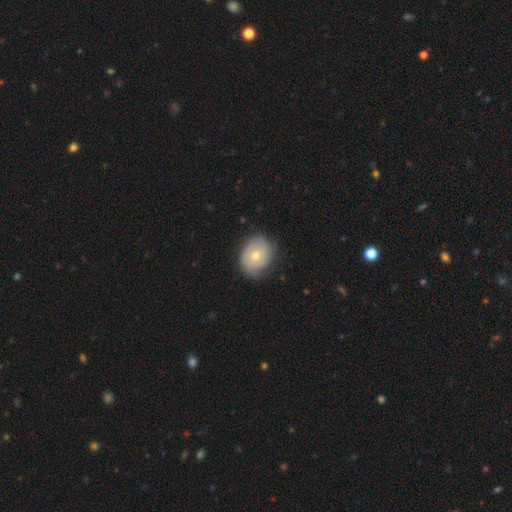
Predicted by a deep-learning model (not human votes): Overall: smooth (49%; featured or disk 45%). Merging: none (72%).